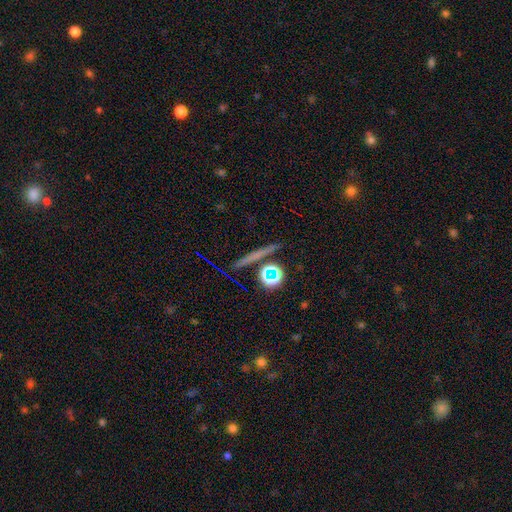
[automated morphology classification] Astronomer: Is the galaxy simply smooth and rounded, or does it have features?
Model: star or artifact — 42% (runner-up: smooth, 30%).